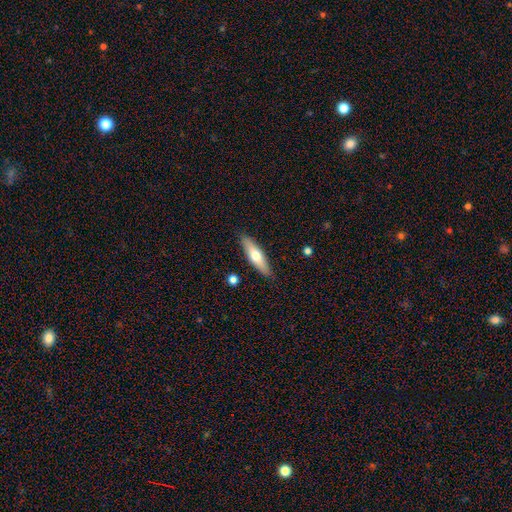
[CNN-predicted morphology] smooth_or_featured: smooth (p=0.58) [alt: featured or disk p=0.36]
how_rounded: cigar-shaped (p=0.63) [alt: in between p=0.35]
merging: none (p=0.87) [alt: minor disturbance p=0.09]